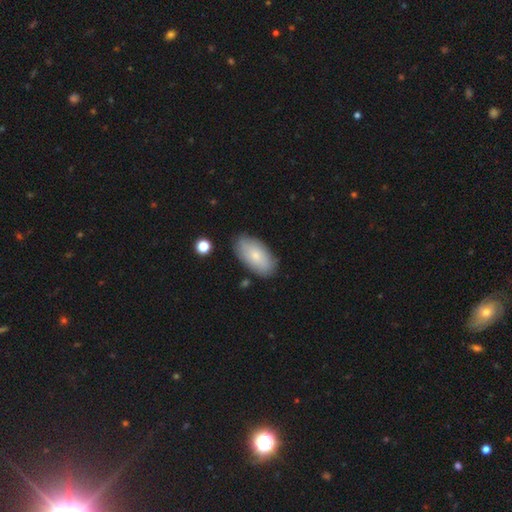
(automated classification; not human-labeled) smooth 75%, featured or disk 19%, star or artifact 6%. Down the decision tree: how rounded — in between (95%); merging — none (82%).